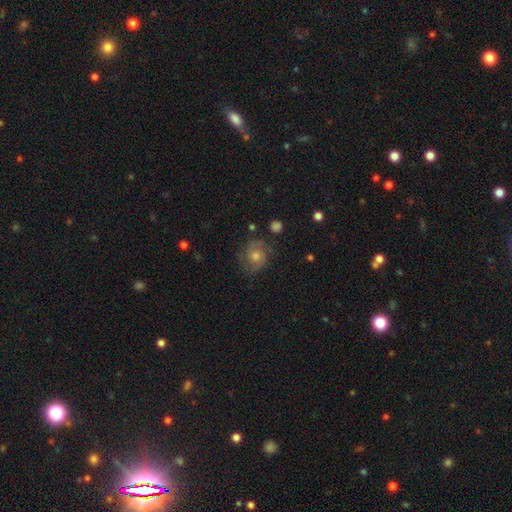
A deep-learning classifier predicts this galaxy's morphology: type=featured or disk (70%); edge-on=no (97%); bar=no (70%); spiral arms=yes (93%); winding=medium (47%); arm count=2 (71%); bulge=moderate (62%); merging=none (78%).